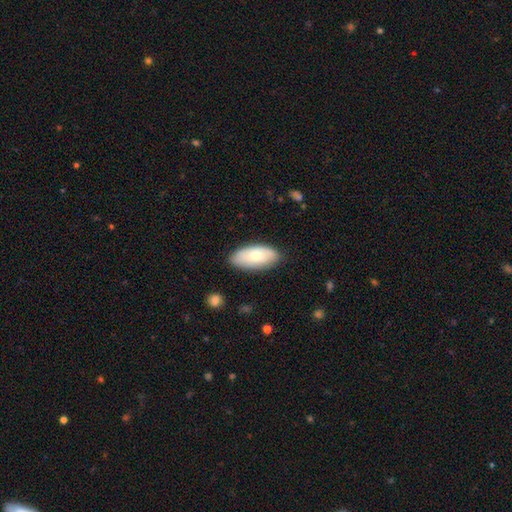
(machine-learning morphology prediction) This is likely a smooth galaxy (72%). How rounded: clearly in between (92%). Merging: clearly none (81%).